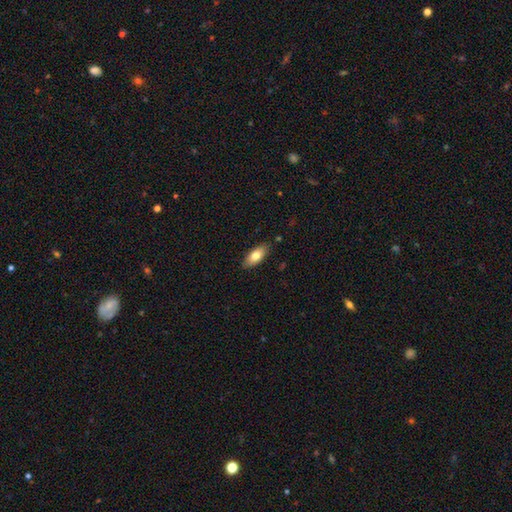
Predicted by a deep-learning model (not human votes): A smooth galaxy with no disk features (75%) that is in between round and cigar-shaped (84%). Merging: none (87%).